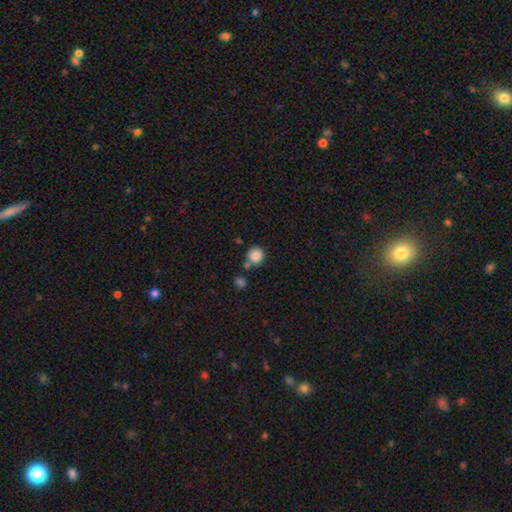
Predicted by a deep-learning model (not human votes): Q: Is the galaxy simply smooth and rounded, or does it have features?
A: smooth — 87%.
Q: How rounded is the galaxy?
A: round — 89%.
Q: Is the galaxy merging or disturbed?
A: none — 69%.